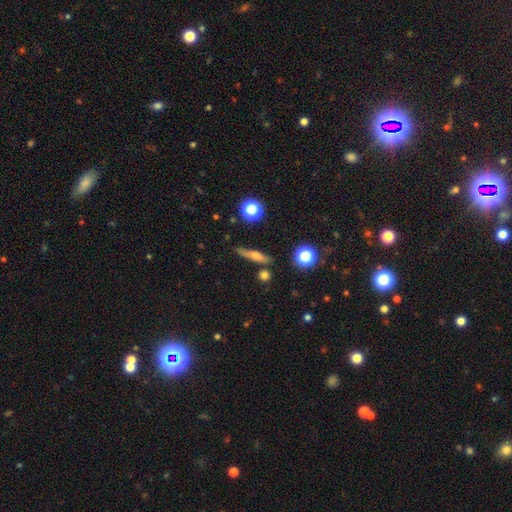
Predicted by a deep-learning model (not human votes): A featured or disk galaxy (45%).

Vote fractions:
- Smooth or featured? featured or disk: 45% / smooth: 44% / star or artifact: 11%
- Merging? none: 82% / minor disturbance: 11% / merger: 4% / major disturbance: 3%